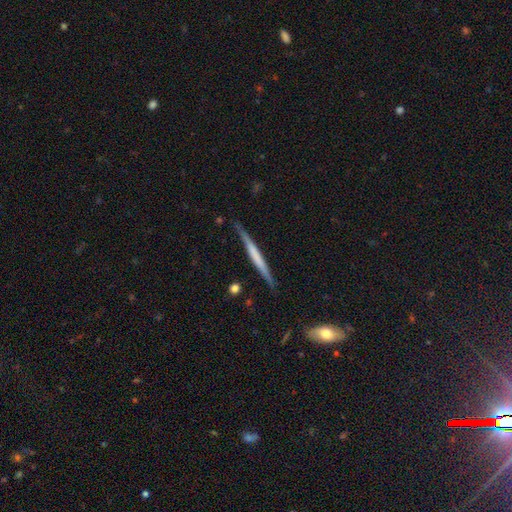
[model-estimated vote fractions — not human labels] This is possibly a featured or disk galaxy (55%). It is clearly viewed edge-on (97%). Edge-on bulge: likely none (73%). Merging: clearly none (84%).